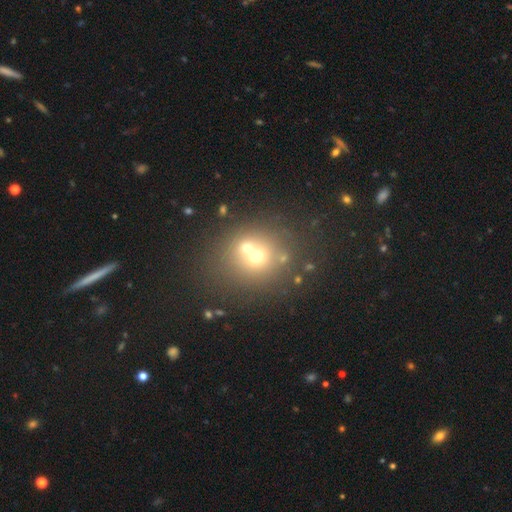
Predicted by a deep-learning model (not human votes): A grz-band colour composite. It shows a smooth galaxy with no disk features (56%) that is round (83%). Merging: none (47%).